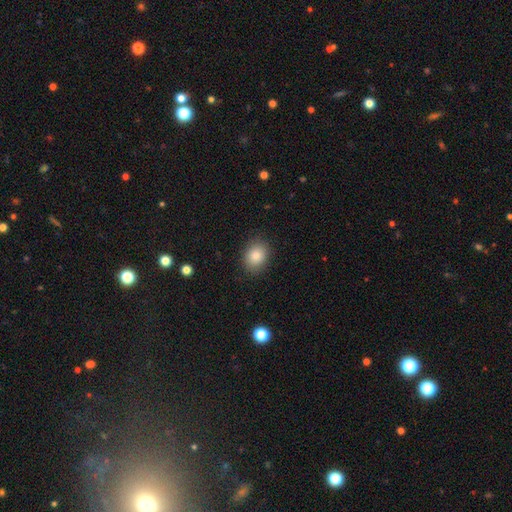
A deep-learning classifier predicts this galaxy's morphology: Smooth or featured?
  - smooth: 84% *
  - star or artifact: 9%
  - featured or disk: 7%
How rounded?
  - in between: 55% *
  - round: 44%
  - cigar-shaped: 1%
Merging?
  - none: 86% *
  - minor disturbance: 10%
  - major disturbance: 3%
  - merger: 1%